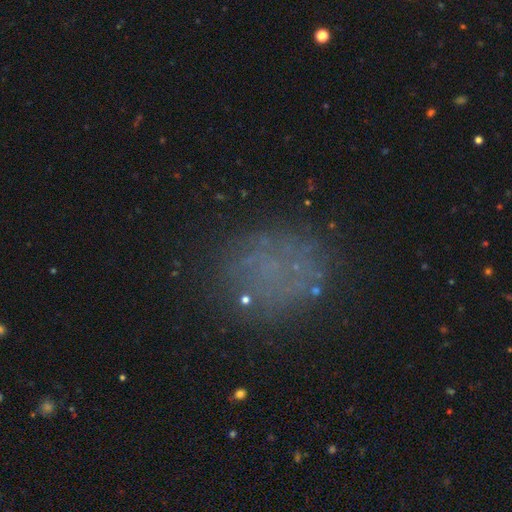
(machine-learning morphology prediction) smooth 36%, featured or disk 35%, star or artifact 28%. Down the decision tree: merging — none (67%).